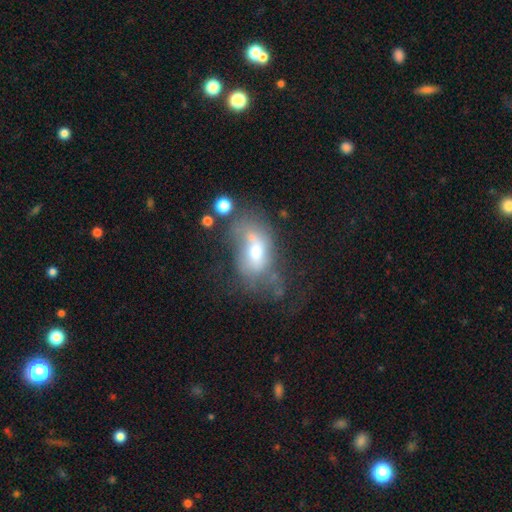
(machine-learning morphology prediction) Smooth or featured: smooth — 48% (featured or disk — 40%)
Merging: major disturbance — 34% (none — 23%)